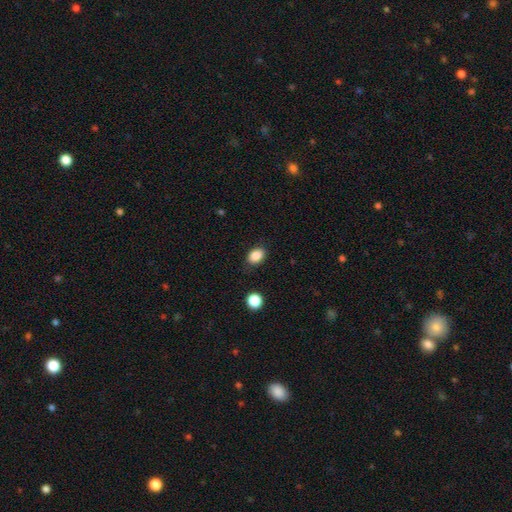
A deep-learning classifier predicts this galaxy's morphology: smooth 87%, star or artifact 9%, featured or disk 4%. Down the decision tree: how rounded — in between (75%); merging — none (82%).